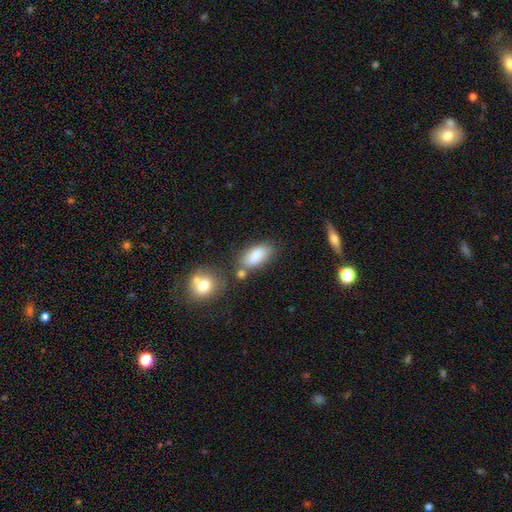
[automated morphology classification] Overall: smooth (85%). How rounded: in between (89%). Merging: none (63%).